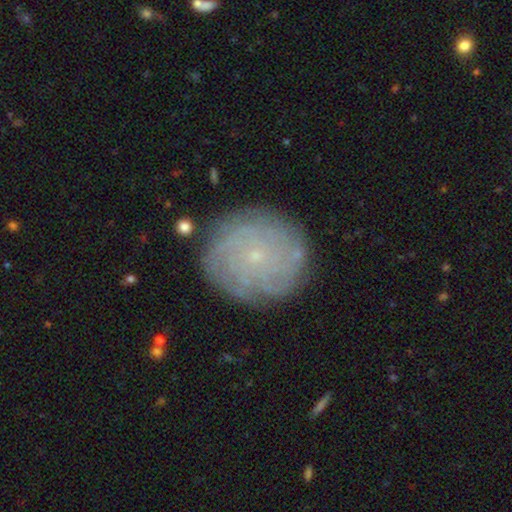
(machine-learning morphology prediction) A featured or disk galaxy (60%) with no bar (88%), spiral arms (82%) and a small central bulge (90%).

Vote fractions:
- Smooth or featured? featured or disk: 60% / smooth: 29% / star or artifact: 11%
- Edge-on disk? no: 97% / yes: 3%
- Bar? no: 88% / weak: 10% / strong: 2%
- Spiral arms? yes: 82% / no: 18%
- Bulge size? small: 90% / moderate: 6% / none: 2% / large: 1% / dominant: 1%
- Merging? none: 84% / minor disturbance: 11% / major disturbance: 3% / merger: 1%